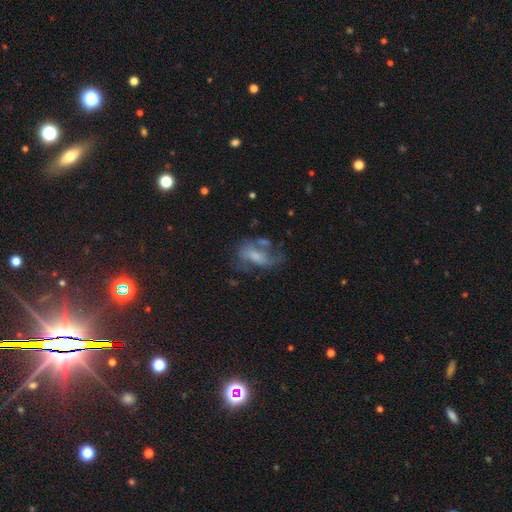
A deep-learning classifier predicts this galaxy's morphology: type=featured or disk (56%); edge-on=no (94%); bar=no (51%); spiral arms=yes (63%); bulge=moderate (33%); merging=none (36%).